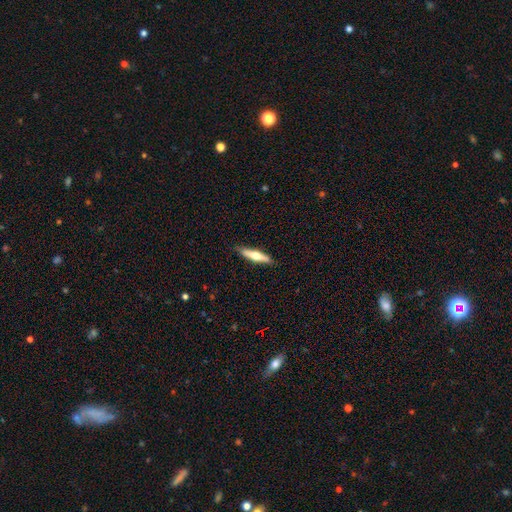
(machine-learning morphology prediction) This appears to be a smooth galaxy with no disk features (50%). Merging: none (88%).